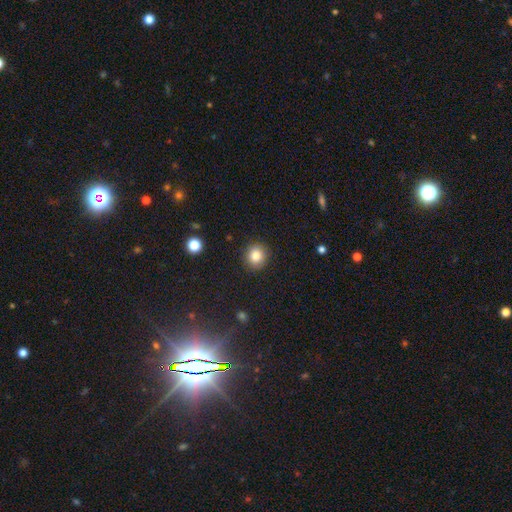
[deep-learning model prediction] smooth-or-featured: smooth: 85% | star or artifact: 9% | featured or disk: 6%
  how-rounded: round: 86% | in between: 13% | cigar-shaped: 1%
  merging: none: 90% | minor disturbance: 7% | major disturbance: 2% | merger: 1%